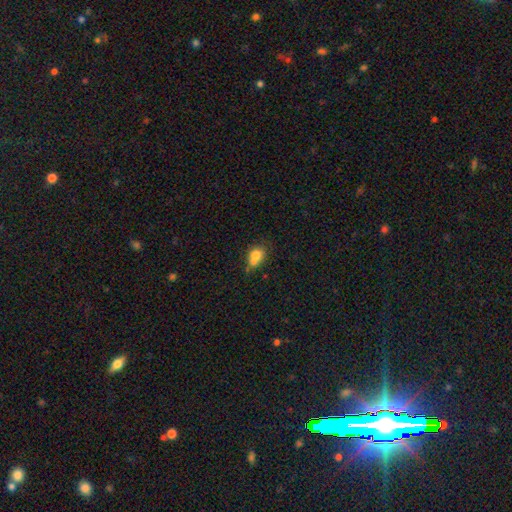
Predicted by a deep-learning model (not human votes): Overall: smooth (78%). How rounded: in between (52%; round 47%). Merging: none (41%; minor disturbance 25%).